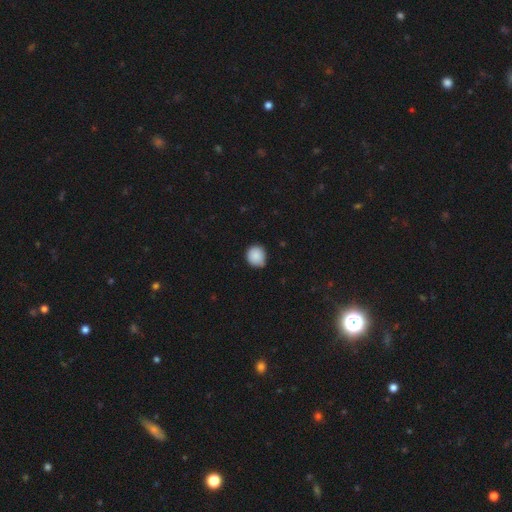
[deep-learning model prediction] A smooth galaxy with no disk features (87%) that is round (86%). Merging: none (72%).